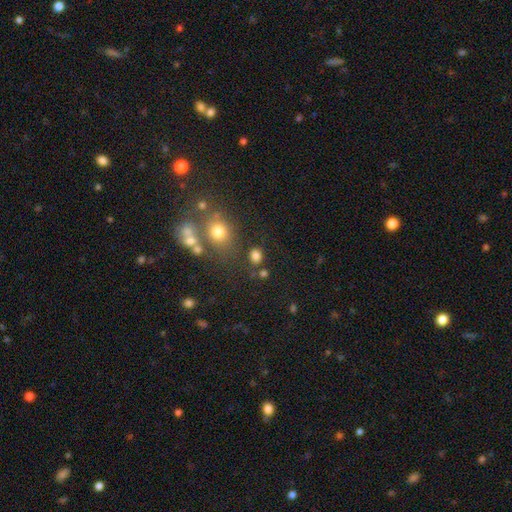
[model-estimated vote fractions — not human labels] smooth-or-featured: smooth: 79% | star or artifact: 15% | featured or disk: 6%
  how-rounded: round: 58% | in between: 41% | cigar-shaped: 1%
  merging: none: 76% | minor disturbance: 11% | merger: 9% | major disturbance: 5%